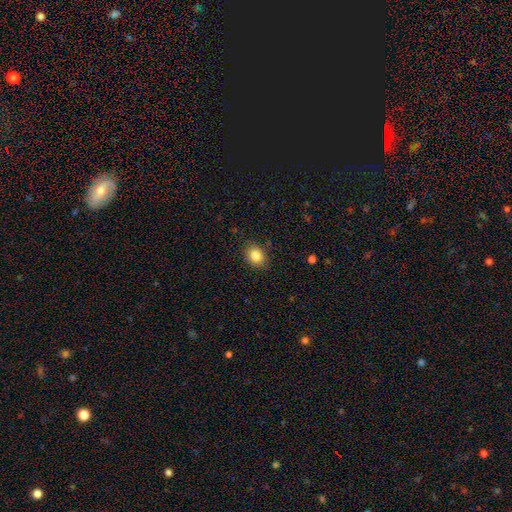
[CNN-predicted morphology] smooth 84%, star or artifact 10%, featured or disk 6%. Down the decision tree: how rounded — round (51%); merging — none (86%).